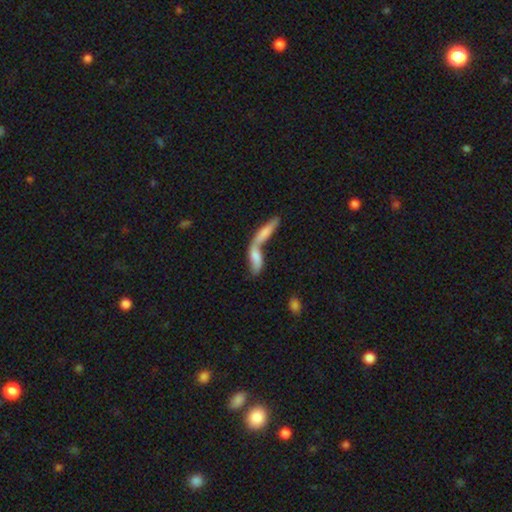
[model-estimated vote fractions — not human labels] Morphology: type=smooth (53%); roundness=cigar-shaped (59%); merging=merger (73%).